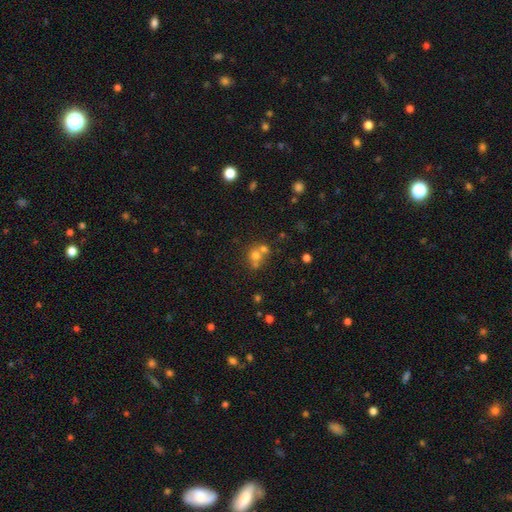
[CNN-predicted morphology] A smooth galaxy with no disk features (65%) that is round (80%). Merging: merger (50%).